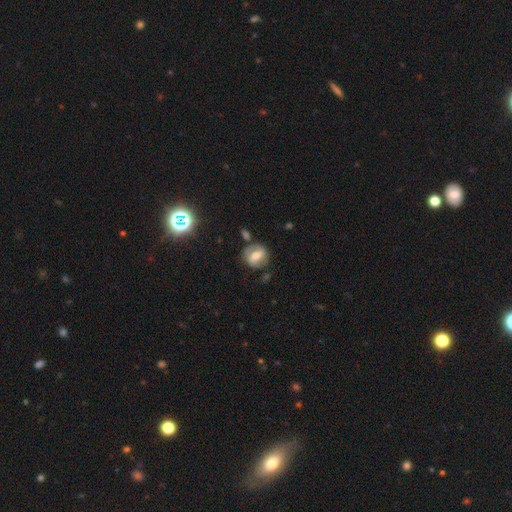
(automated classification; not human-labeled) The model was most divided on "smooth or featured": featured or disk: 46%, smooth: 45%, star or artifact: 9%. More confident: merging — none (68%).